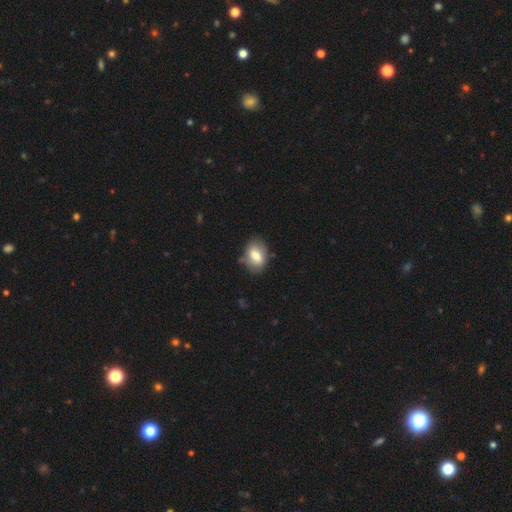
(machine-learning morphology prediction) type=smooth (76%); roundness=in between (81%); merging=none (75%).